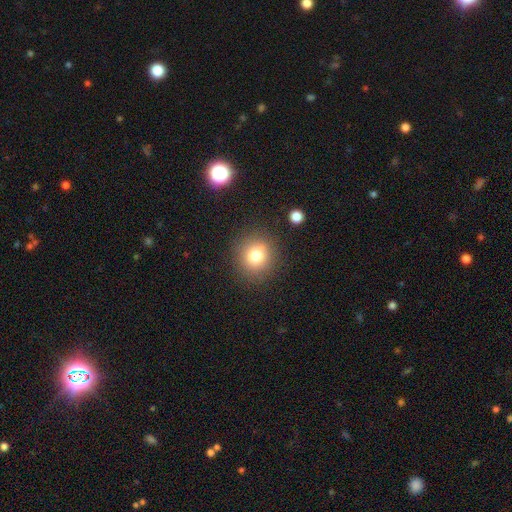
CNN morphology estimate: smooth_or_featured: smooth (p=0.78) [alt: star or artifact p=0.13]
how_rounded: round (p=0.89) [alt: in between p=0.11]
merging: none (p=0.87) [alt: minor disturbance p=0.08]